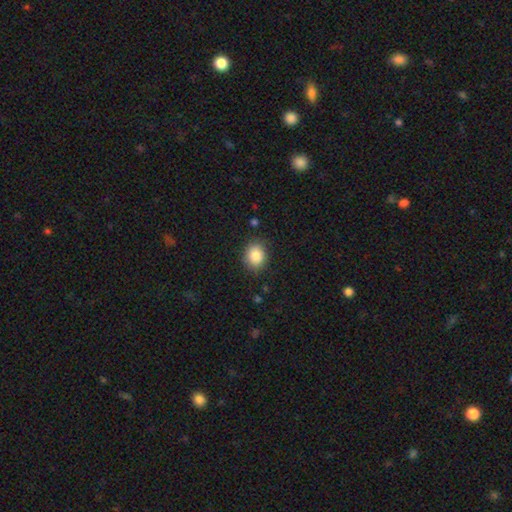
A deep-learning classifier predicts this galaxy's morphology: Smooth or featured?
  - smooth: 86% *
  - star or artifact: 9%
  - featured or disk: 5%
How rounded?
  - round: 56% *
  - in between: 43%
  - cigar-shaped: 1%
Merging?
  - none: 84% *
  - minor disturbance: 11%
  - major disturbance: 3%
  - merger: 1%